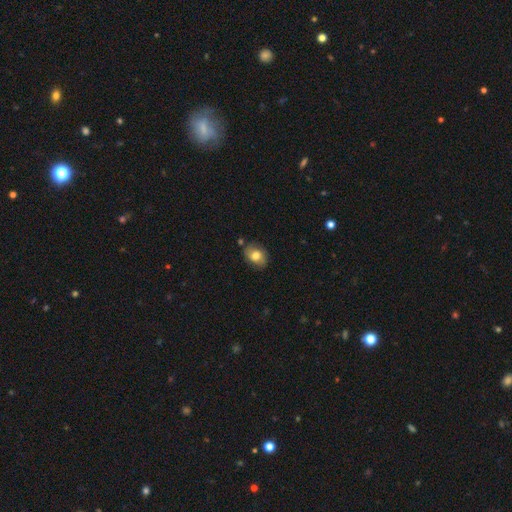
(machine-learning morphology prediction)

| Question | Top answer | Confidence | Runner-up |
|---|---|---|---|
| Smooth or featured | smooth | 73% | featured or disk (18%) |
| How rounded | in between | 55% | round (44%) |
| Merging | none | 76% | minor disturbance (17%) |